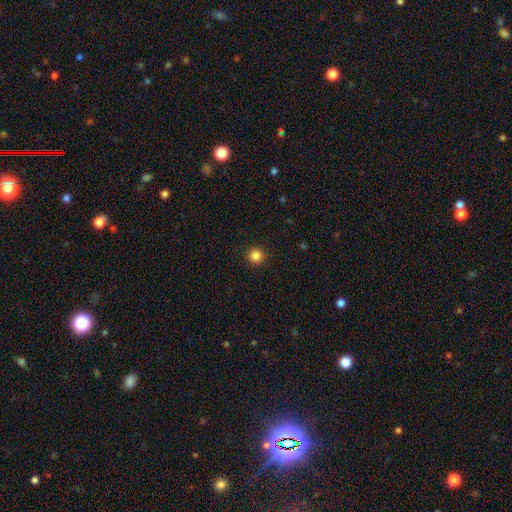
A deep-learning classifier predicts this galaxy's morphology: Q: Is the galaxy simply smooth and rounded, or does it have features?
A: smooth — 85%.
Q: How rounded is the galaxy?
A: round — 96%.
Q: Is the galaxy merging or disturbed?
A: none — 94%.